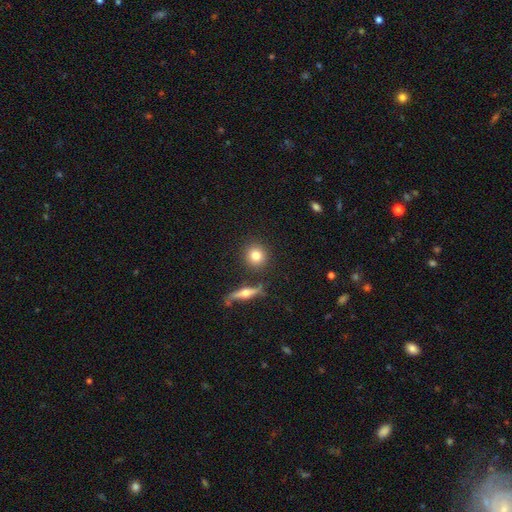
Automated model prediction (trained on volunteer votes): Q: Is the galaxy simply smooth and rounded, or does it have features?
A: smooth — 79%.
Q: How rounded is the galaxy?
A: round — 89%.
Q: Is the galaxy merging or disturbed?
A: none — 84%.